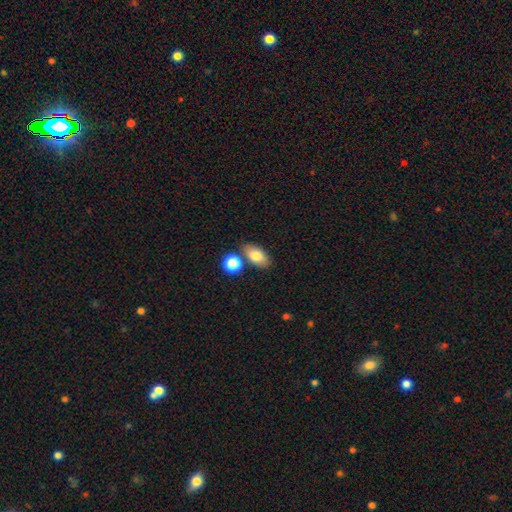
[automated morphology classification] Q: Smooth or featured?
A: smooth (79%); runner-up: featured or disk (12%)
Q: How rounded?
A: in between (88%); runner-up: round (9%)
Q: Merging?
A: none (74%); runner-up: merger (13%)